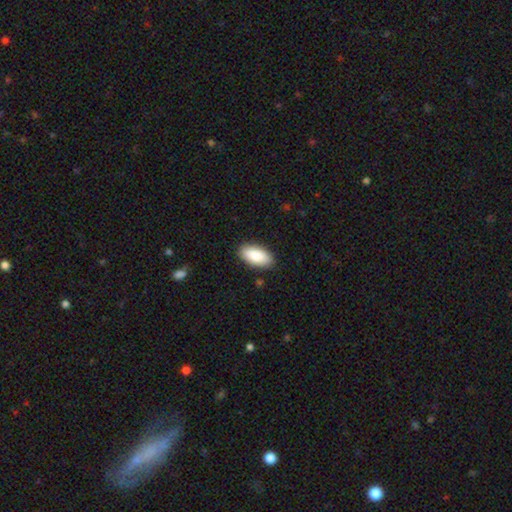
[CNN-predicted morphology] Smooth or featured: smooth — 87% (featured or disk — 7%)
How rounded: in between — 92% (cigar-shaped — 5%)
Merging: none — 88% (minor disturbance — 9%)